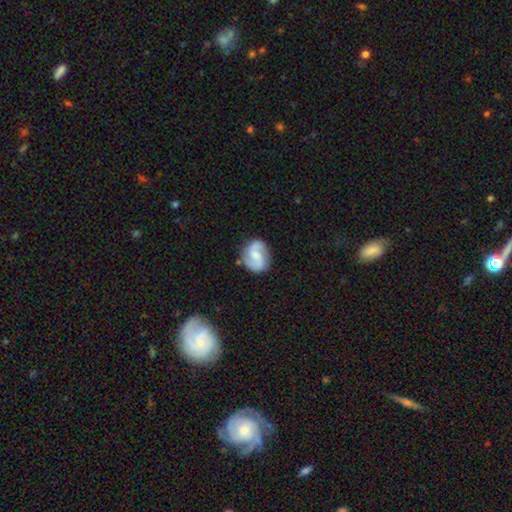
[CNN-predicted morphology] Smooth or featured? Predicted: featured or disk (p=0.73). Edge-on disk? Predicted: no (p=0.98). Bar? Predicted: weak (p=0.50). Spiral arms? Predicted: yes (p=0.94). Spiral winding? Predicted: medium (p=0.47). Spiral arm count? Predicted: 2 (p=0.90). Bulge size? Predicted: small (p=0.39). Merging? Predicted: none (p=0.77).